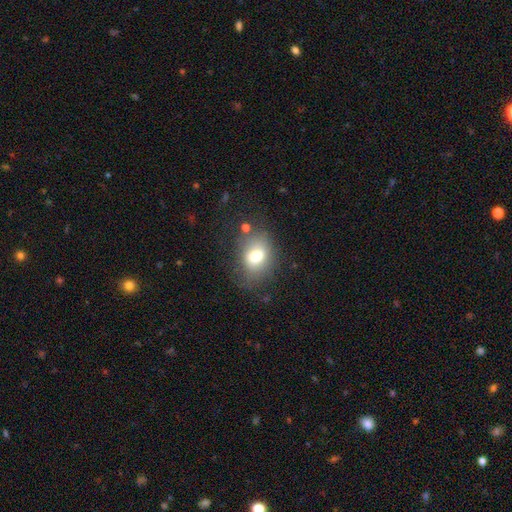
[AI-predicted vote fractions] smooth_or_featured: smooth (p=0.70) [alt: featured or disk p=0.18]
how_rounded: in between (p=0.61) [alt: round p=0.37]
merging: none (p=0.64) [alt: minor disturbance p=0.21]